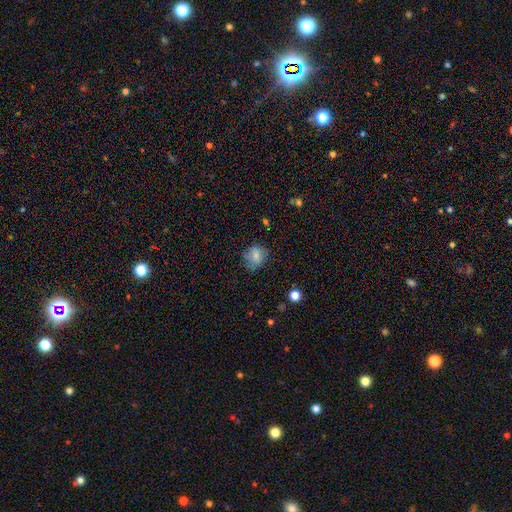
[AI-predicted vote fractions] smooth_or_featured: smooth (p=0.68) [alt: featured or disk p=0.19]
how_rounded: round (p=0.56) [alt: in between p=0.42]
merging: none (p=0.54) [alt: minor disturbance p=0.27]